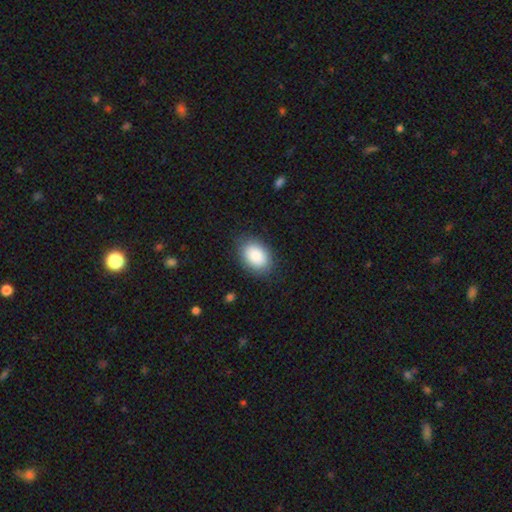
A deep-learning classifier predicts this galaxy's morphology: The model was most divided on "how rounded": in between: 83%, round: 16%, cigar-shaped: 1%. More confident: smooth or featured — smooth (88%); merging — none (84%).